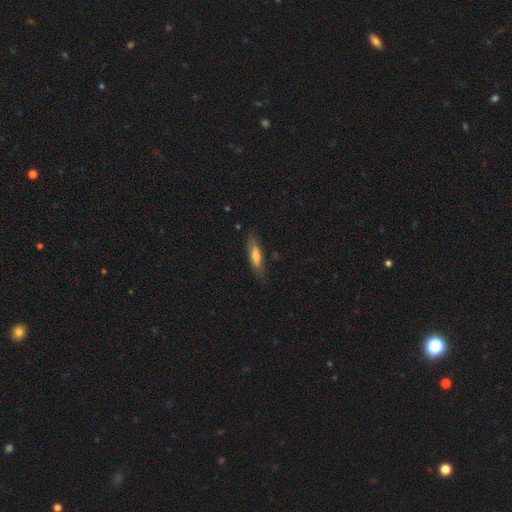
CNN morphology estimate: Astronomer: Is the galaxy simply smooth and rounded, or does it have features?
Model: smooth — 58% (runner-up: featured or disk, 36%).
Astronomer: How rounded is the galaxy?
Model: cigar-shaped — 58% (runner-up: in between, 40%).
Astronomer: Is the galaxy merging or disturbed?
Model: none — 76%.